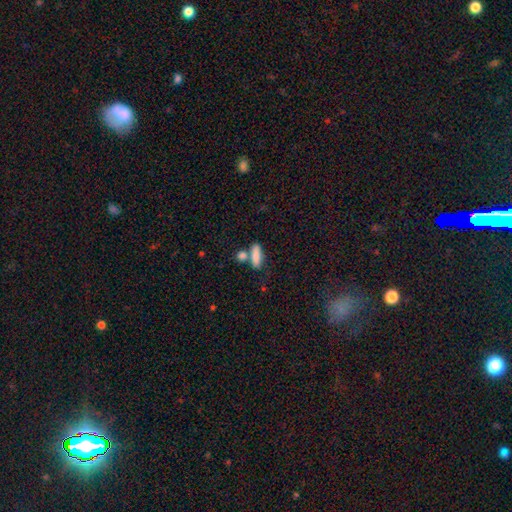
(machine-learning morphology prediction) Smooth or featured: smooth — 83% (featured or disk — 9%)
How rounded: in between — 54% (cigar-shaped — 41%)
Merging: none — 55% (merger — 27%)